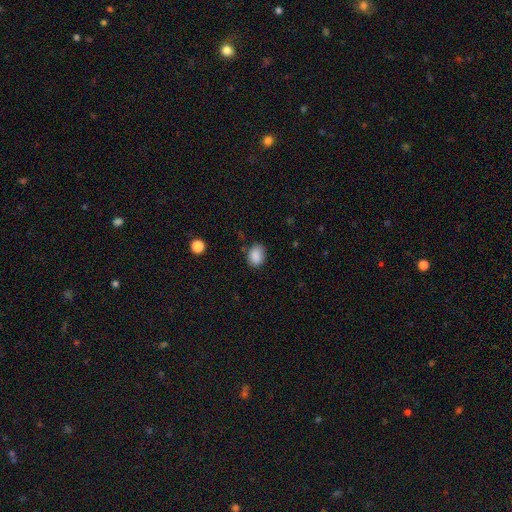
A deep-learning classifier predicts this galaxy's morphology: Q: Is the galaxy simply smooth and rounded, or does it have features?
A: smooth — 87%.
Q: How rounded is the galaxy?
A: in between — 66%.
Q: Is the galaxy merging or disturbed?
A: none — 75%.